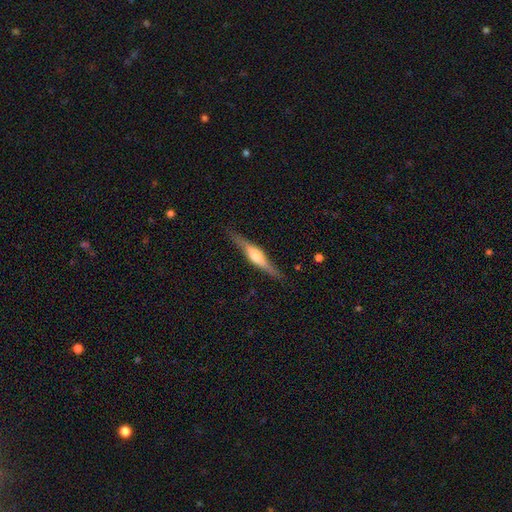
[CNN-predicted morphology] This appears to be a featured or disk galaxy (70%) viewed edge-on (95%) with a rounded central bulge (82%). Merging: none (85%).